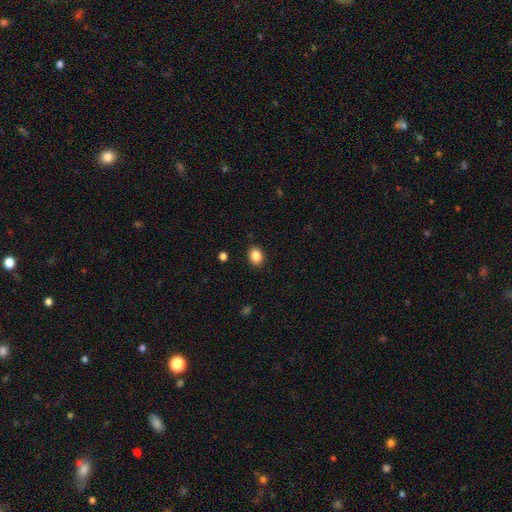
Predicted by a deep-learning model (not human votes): The model was most divided on "how rounded": in between: 58%, round: 41%, cigar-shaped: 1%. More confident: merging — none (89%); smooth or featured — smooth (87%).